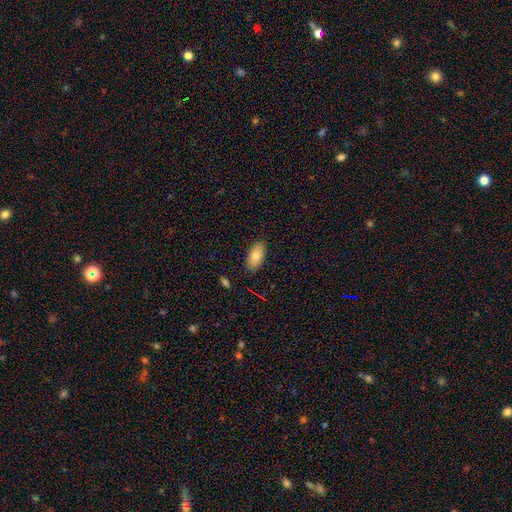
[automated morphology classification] A smooth galaxy with no disk features (81%) that is in between round and cigar-shaped (91%). Merging: none (87%).